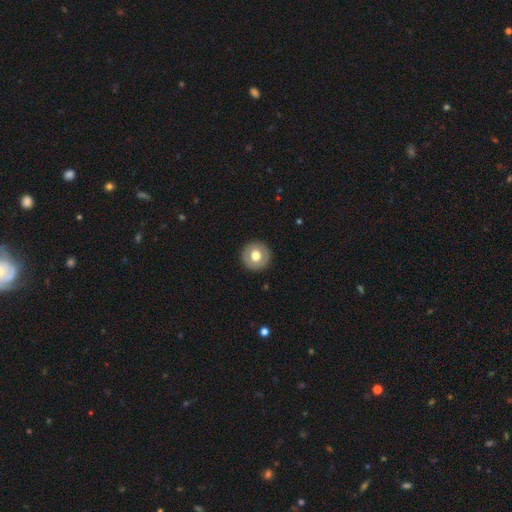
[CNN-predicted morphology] type=smooth (61%); roundness=round (94%); merging=none (91%).